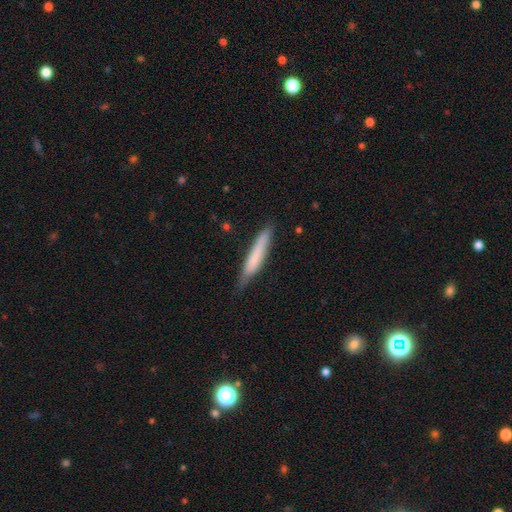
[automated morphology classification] smooth_or_featured: smooth (p=0.69) [alt: featured or disk p=0.25]
how_rounded: cigar-shaped (p=0.92) [alt: in between p=0.07]
merging: none (p=0.73) [alt: minor disturbance p=0.22]